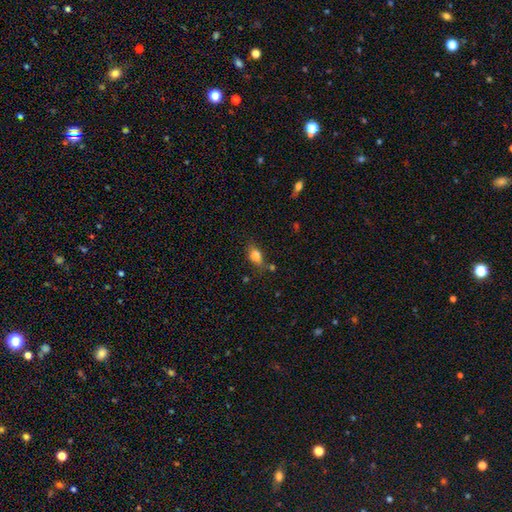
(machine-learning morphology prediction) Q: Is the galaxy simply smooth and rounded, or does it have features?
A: smooth — 77%.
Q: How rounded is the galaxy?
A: in between — 75%.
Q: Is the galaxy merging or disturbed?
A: none — 61%.